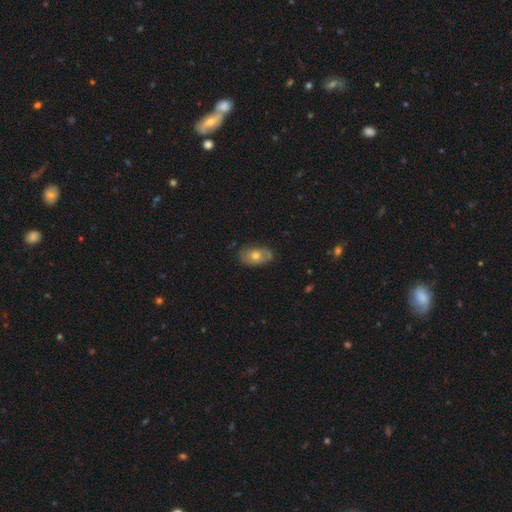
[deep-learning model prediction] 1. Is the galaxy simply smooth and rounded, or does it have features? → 49% smooth, 42% featured or disk, 9% star or artifact.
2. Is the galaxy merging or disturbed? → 75% none, 20% minor disturbance, 4% major disturbance, 1% merger.